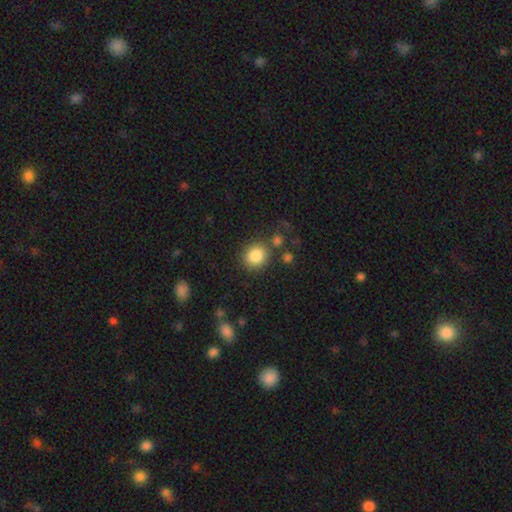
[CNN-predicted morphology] Overall: smooth (85%). How rounded: round (84%). Merging: none (80%).